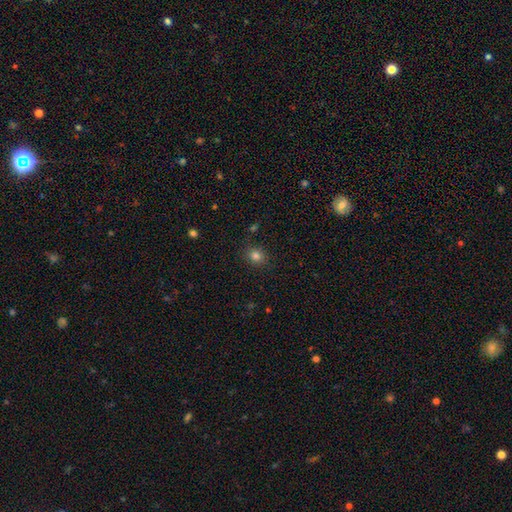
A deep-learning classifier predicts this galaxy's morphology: smooth_or_featured: smooth (p=0.81) [alt: star or artifact p=0.13]
how_rounded: round (p=0.78) [alt: in between p=0.21]
merging: none (p=0.87) [alt: minor disturbance p=0.09]